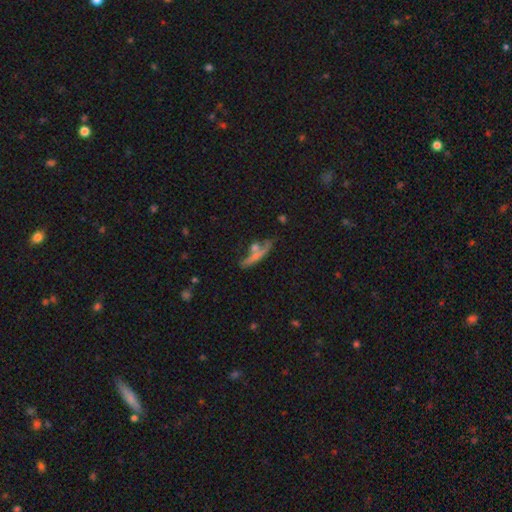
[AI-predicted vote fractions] This is possibly a smooth galaxy (49%). Merging: possibly none (57%).